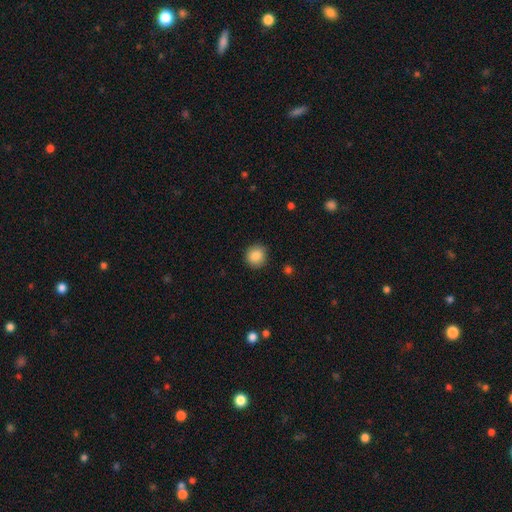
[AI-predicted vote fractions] smooth-or-featured: smooth: 87% | star or artifact: 9% | featured or disk: 4%
  how-rounded: round: 91% | in between: 8% | cigar-shaped: 1%
  merging: none: 90% | minor disturbance: 7% | major disturbance: 2% | merger: 1%